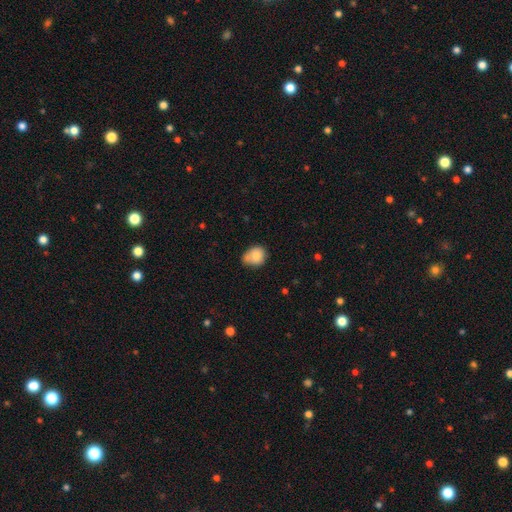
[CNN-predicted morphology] Q: Smooth or featured?
A: smooth (78%); runner-up: featured or disk (13%)
Q: How rounded?
A: round (52%); runner-up: in between (47%)
Q: Merging?
A: none (45%); runner-up: minor disturbance (36%)